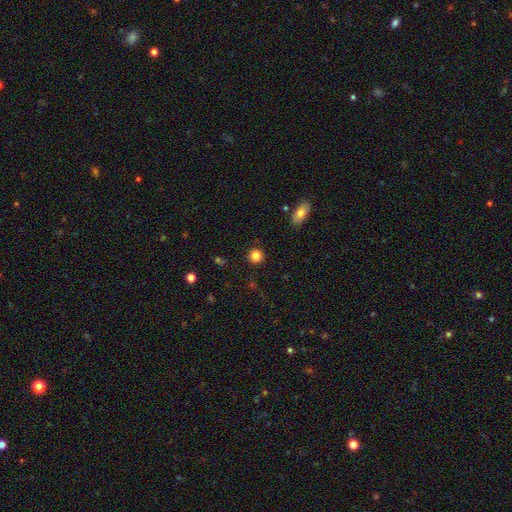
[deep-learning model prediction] Smooth or featured?
  - smooth: 83% *
  - star or artifact: 11%
  - featured or disk: 5%
How rounded?
  - round: 93% *
  - in between: 6%
  - cigar-shaped: 1%
Merging?
  - none: 91% *
  - minor disturbance: 6%
  - major disturbance: 2%
  - merger: 1%